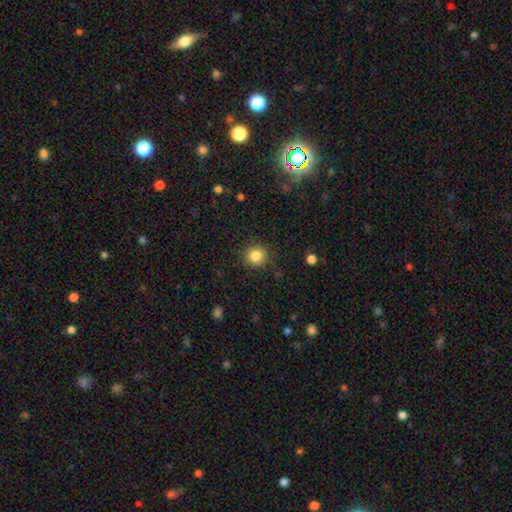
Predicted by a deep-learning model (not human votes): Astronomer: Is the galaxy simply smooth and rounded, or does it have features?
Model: smooth — 84%.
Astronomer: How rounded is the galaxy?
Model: round — 90%.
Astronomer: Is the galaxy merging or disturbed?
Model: none — 88%.